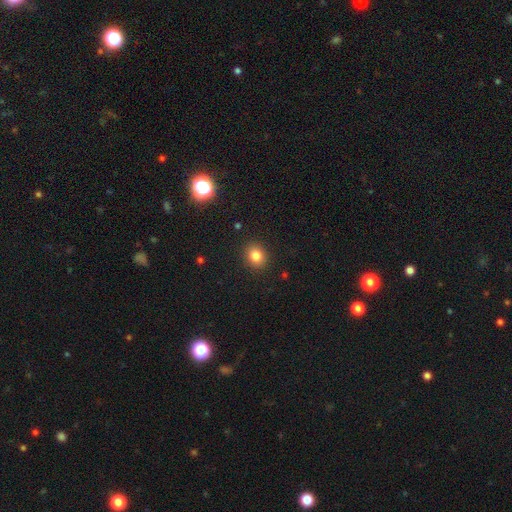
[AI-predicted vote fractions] Smooth or featured?
  - smooth: 82% *
  - star or artifact: 12%
  - featured or disk: 6%
How rounded?
  - round: 69% *
  - in between: 31%
  - cigar-shaped: 1%
Merging?
  - none: 90% *
  - minor disturbance: 7%
  - major disturbance: 2%
  - merger: 1%